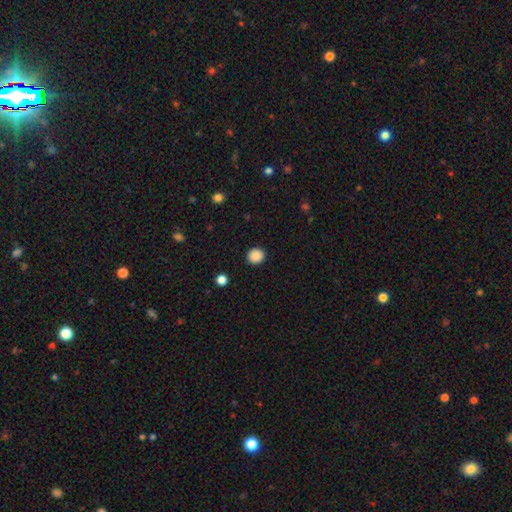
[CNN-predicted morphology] This appears to be a smooth galaxy with no disk features (88%) that is round (90%). Merging: none (92%).